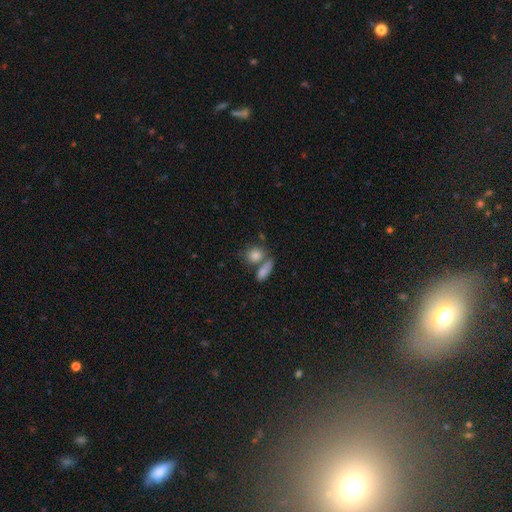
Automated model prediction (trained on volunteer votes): Overall: smooth (61%; star or artifact 21%). How rounded: round (49%; in between 42%). Merging: none (47%; merger 37%).